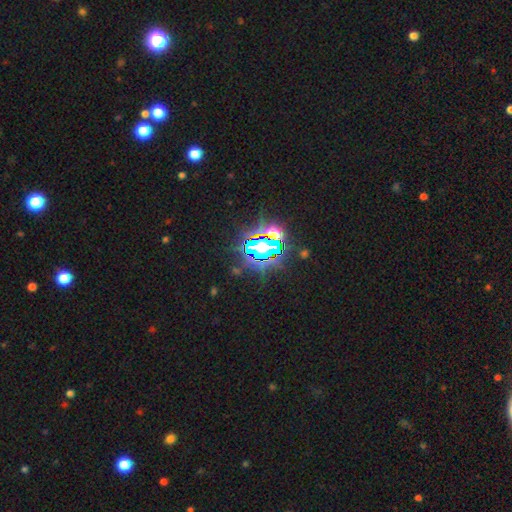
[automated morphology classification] A star or artifact, not a galaxy (79%).

Vote fractions:
- Smooth or featured? star or artifact: 79% / smooth: 12% / featured or disk: 9%